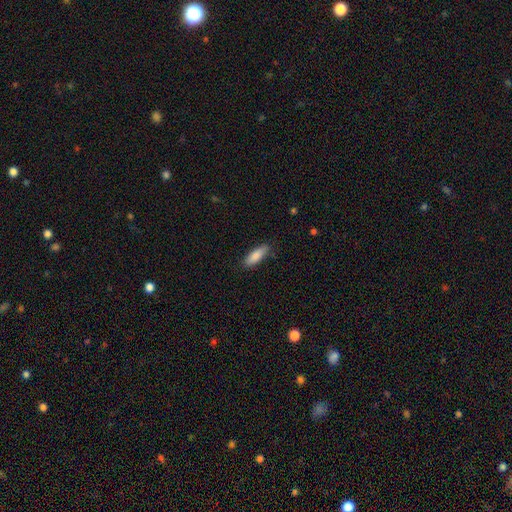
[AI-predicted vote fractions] This appears to be a smooth galaxy with no disk features (87%) that is in between round and cigar-shaped (57%). Merging: none (83%).